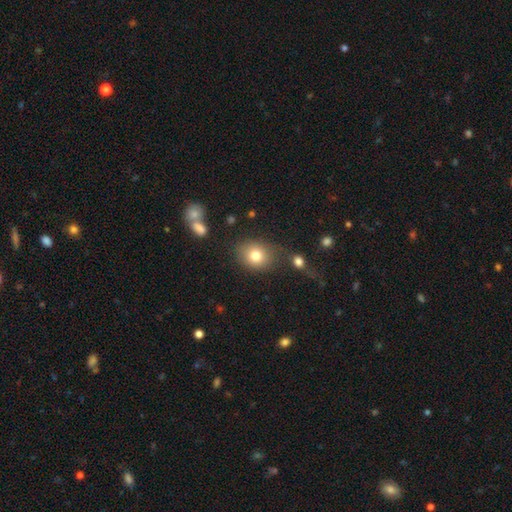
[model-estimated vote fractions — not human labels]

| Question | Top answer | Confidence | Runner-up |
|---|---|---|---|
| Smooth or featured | smooth | 80% | star or artifact (10%) |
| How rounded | round | 62% | in between (37%) |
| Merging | none | 73% | minor disturbance (14%) |